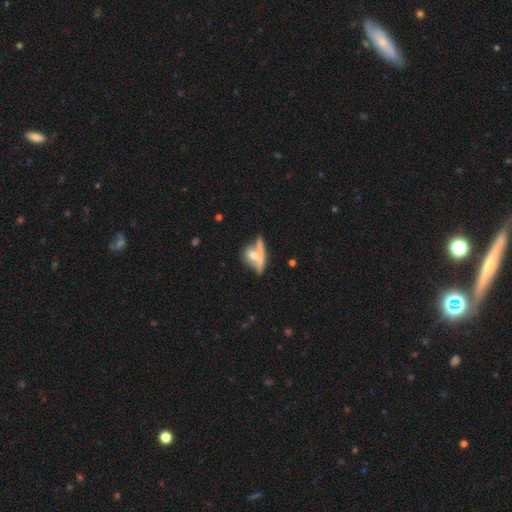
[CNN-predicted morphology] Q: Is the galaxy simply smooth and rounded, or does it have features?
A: smooth — 51%.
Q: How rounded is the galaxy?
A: in between — 43%.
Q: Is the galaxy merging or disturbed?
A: none — 39%.